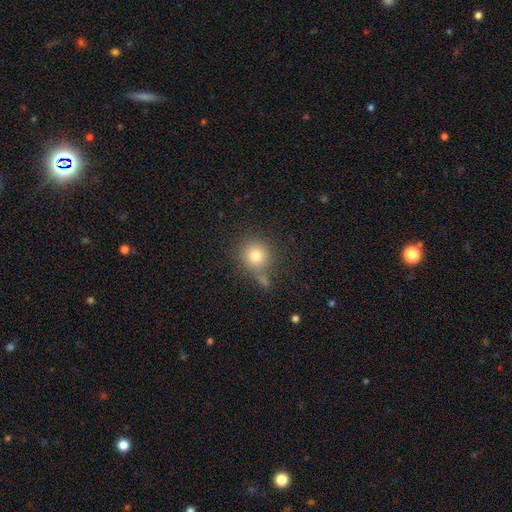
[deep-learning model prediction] Morphology: type=smooth (78%); roundness=round (90%); merging=none (65%).